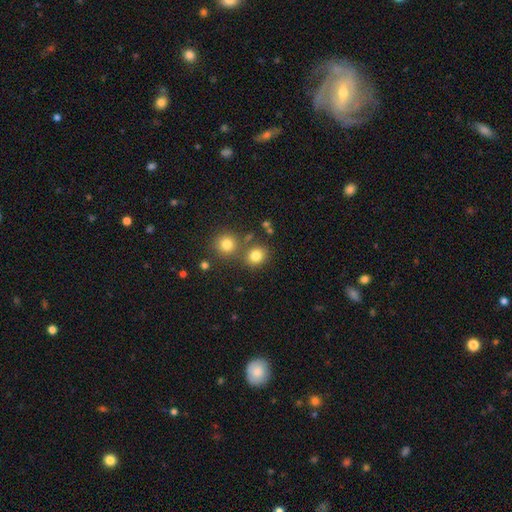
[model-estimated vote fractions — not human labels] This is likely a smooth galaxy (79%). How rounded: likely round (78%). Merging: likely none (70%).